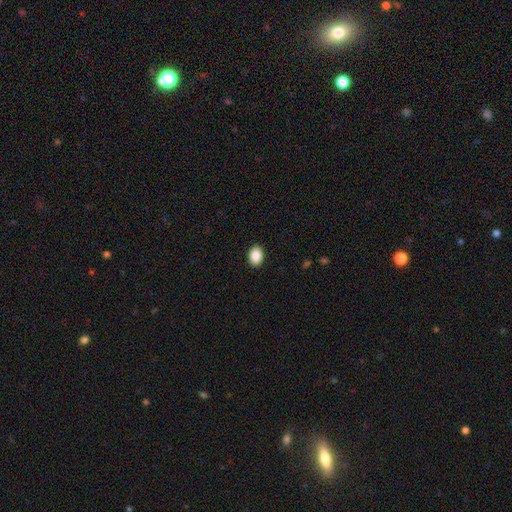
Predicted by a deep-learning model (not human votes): Overall: smooth (89%). How rounded: in between (72%). Merging: none (91%).